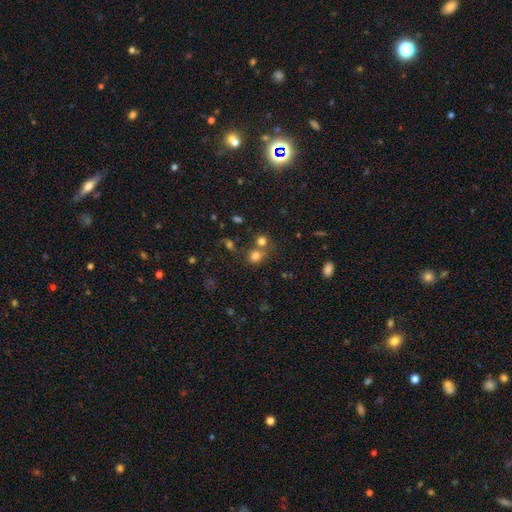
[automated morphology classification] A smooth galaxy with no disk features (76%) that is round (72%).

Vote fractions:
- Smooth or featured? smooth: 76% / star or artifact: 15% / featured or disk: 8%
- How rounded? round: 72% / in between: 27% / cigar-shaped: 1%
- Merging? none: 51% / merger: 35% / minor disturbance: 9% / major disturbance: 5%